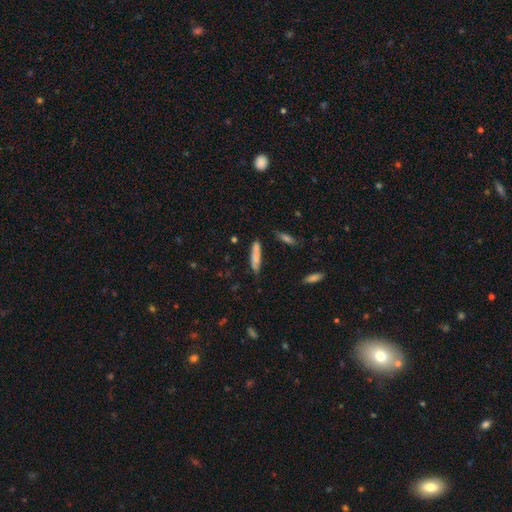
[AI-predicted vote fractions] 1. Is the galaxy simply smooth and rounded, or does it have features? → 78% smooth, 16% featured or disk, 7% star or artifact.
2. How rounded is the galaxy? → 79% cigar-shaped, 19% in between, 2% round.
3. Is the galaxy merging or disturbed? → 69% none, 22% minor disturbance, 5% major disturbance, 4% merger.